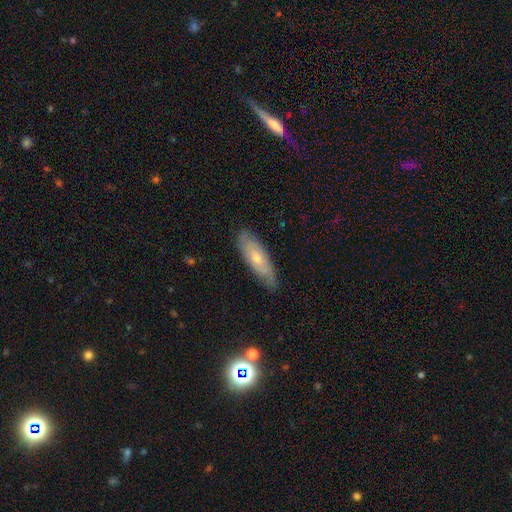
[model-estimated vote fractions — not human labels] featured or disk 48%, smooth 41%, star or artifact 11%. Down the decision tree: merging — none (80%).